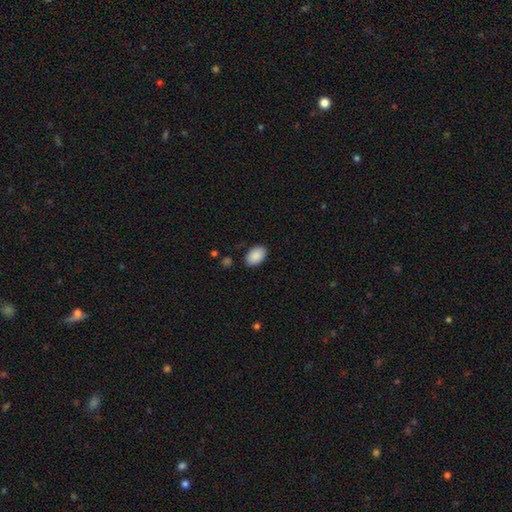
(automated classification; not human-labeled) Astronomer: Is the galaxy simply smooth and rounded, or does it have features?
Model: smooth — 90%.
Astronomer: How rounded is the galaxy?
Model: in between — 90%.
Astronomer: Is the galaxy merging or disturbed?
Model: none — 87%.